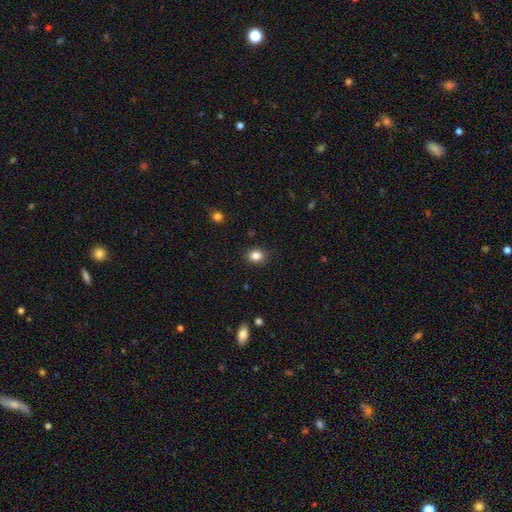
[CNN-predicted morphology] Smooth or featured? Predicted: smooth (p=0.85). How rounded? Predicted: round (p=0.63). Merging? Predicted: none (p=0.88).